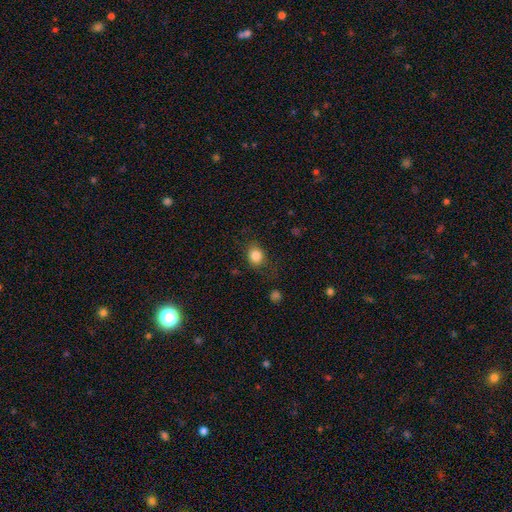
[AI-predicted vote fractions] Overall: smooth (84%). How rounded: round (60%; in between 39%). Merging: none (74%).